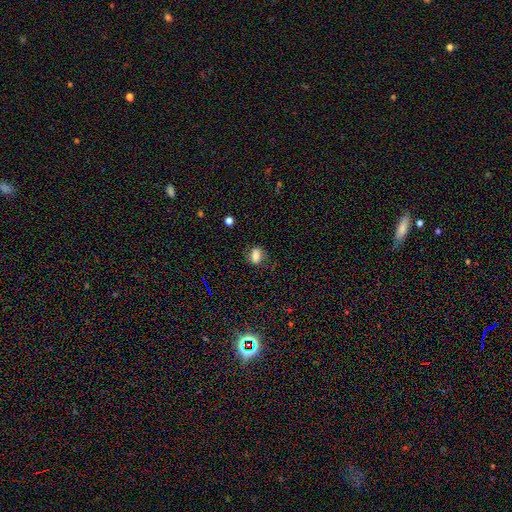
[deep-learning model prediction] Smooth or featured? smooth (75%)
How rounded? in between (76%)
Merging? none (76%)